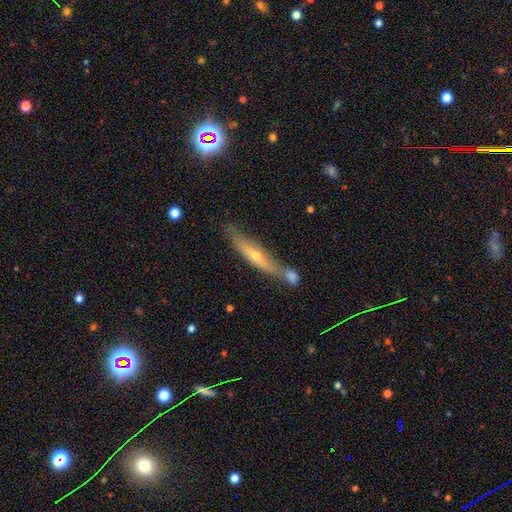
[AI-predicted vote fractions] The model was most divided on "smooth or featured": featured or disk: 58%, smooth: 33%, star or artifact: 9%. More confident: edge-on disk — yes (83%); merging — none (53%).